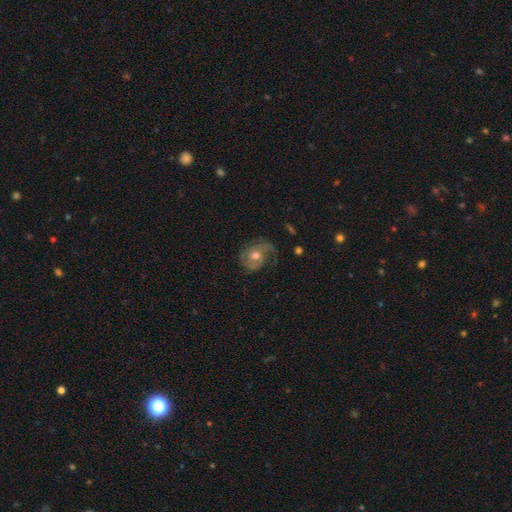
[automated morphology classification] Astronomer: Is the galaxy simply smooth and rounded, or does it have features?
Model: featured or disk — 62%.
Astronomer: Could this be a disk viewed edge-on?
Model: no — 96%.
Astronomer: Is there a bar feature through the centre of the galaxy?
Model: no — 72%.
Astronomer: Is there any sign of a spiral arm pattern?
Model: yes — 82%.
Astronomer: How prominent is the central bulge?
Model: moderate — 73%.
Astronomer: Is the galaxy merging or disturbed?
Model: none — 52%.